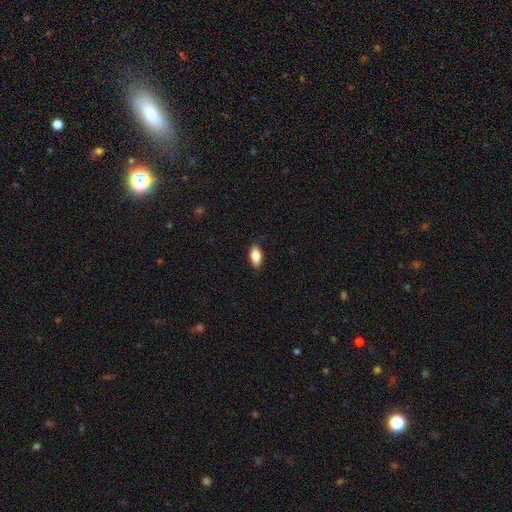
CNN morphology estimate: This appears to be a smooth galaxy with no disk features (84%) that is in between round and cigar-shaped (90%). Merging: none (88%).